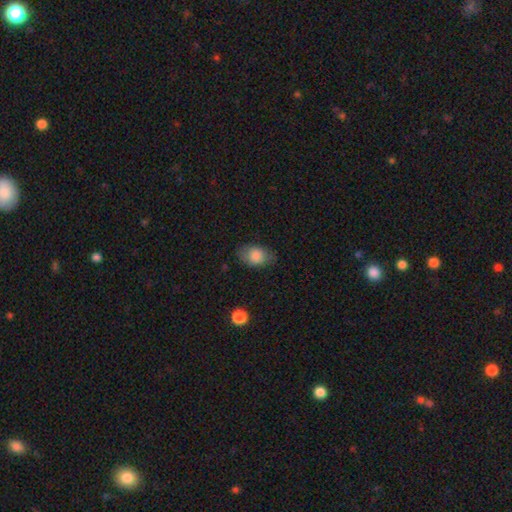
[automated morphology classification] A smooth galaxy with no disk features (82%) that is in between round and cigar-shaped (78%). Merging: none (73%).